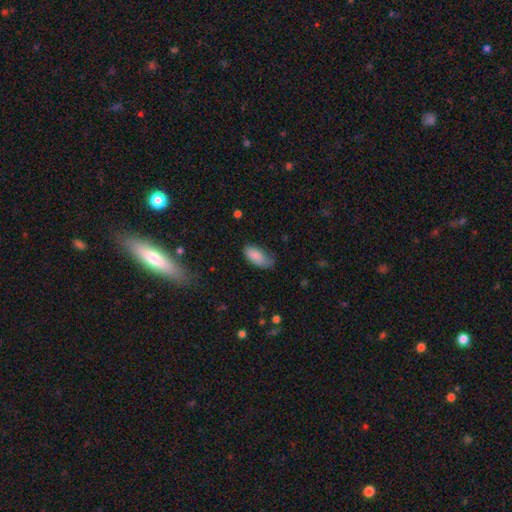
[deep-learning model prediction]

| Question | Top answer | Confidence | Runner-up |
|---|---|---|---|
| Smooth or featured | smooth | 86% | featured or disk (8%) |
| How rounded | in between | 91% | cigar-shaped (6%) |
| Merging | none | 54% | minor disturbance (35%) |